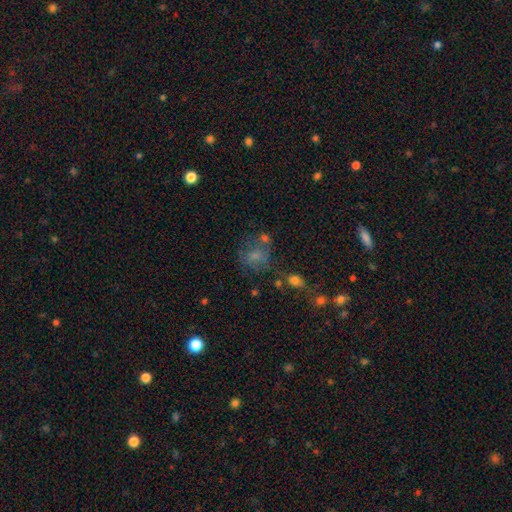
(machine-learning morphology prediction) type=smooth (57%); roundness=round (64%); merging=none (42%).